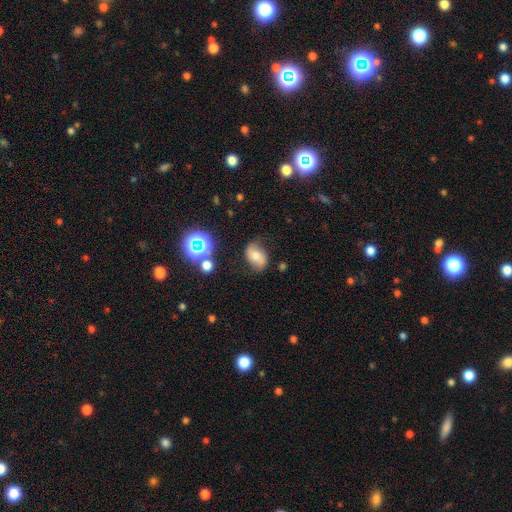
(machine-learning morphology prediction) This appears to be a smooth galaxy with no disk features (45%). Merging: none (68%).